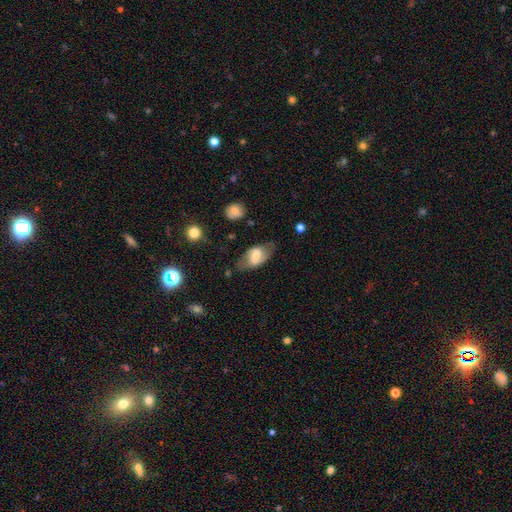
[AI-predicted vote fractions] smooth_or_featured: smooth (p=0.48) [alt: featured or disk p=0.45]
merging: none (p=0.67) [alt: minor disturbance p=0.22]